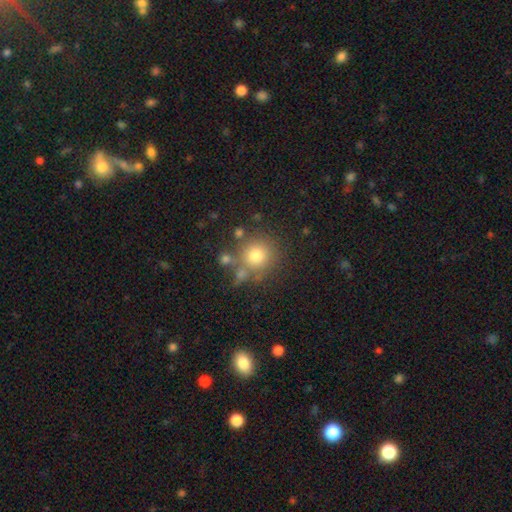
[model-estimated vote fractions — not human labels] Smooth or featured? smooth (75%)
How rounded? round (92%)
Merging? none (73%)